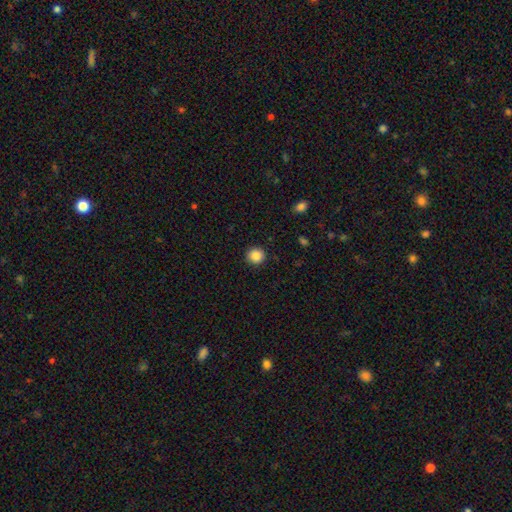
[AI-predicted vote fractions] smooth-or-featured: smooth: 87% | star or artifact: 10% | featured or disk: 3%
  how-rounded: round: 93% | in between: 6% | cigar-shaped: 1%
  merging: none: 91% | minor disturbance: 6% | major disturbance: 2% | merger: 1%